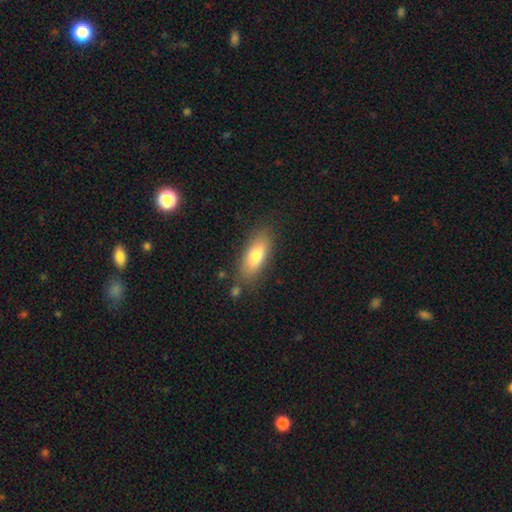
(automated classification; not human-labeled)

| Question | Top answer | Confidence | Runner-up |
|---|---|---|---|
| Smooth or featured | smooth | 75% | featured or disk (18%) |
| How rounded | in between | 75% | cigar-shaped (22%) |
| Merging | none | 79% | minor disturbance (14%) |